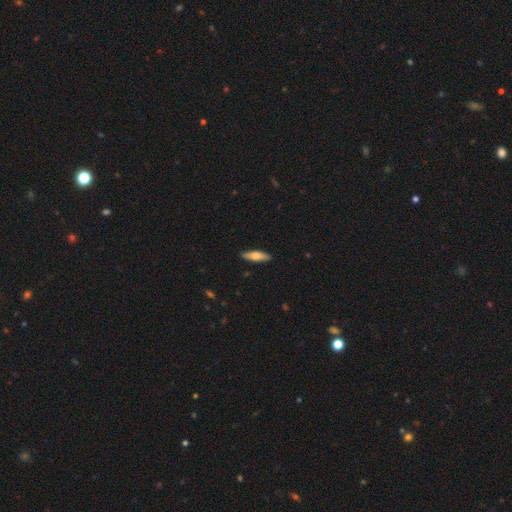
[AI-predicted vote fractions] A smooth galaxy with no disk features (67%) that is cigar-shaped (61%).

Vote fractions:
- Smooth or featured? smooth: 67% / featured or disk: 27% / star or artifact: 5%
- How rounded? cigar-shaped: 61% / in between: 37% / round: 2%
- Merging? none: 90% / minor disturbance: 7% / major disturbance: 1% / merger: 1%